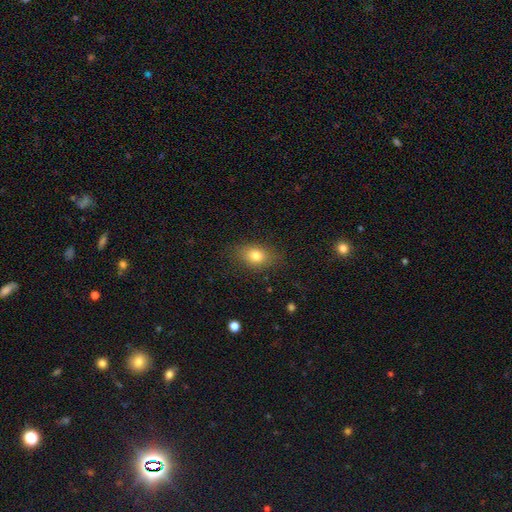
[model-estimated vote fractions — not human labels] smooth_or_featured: smooth (p=0.79) [alt: featured or disk p=0.11]
how_rounded: in between (p=0.74) [alt: round p=0.24]
merging: none (p=0.81) [alt: minor disturbance p=0.14]